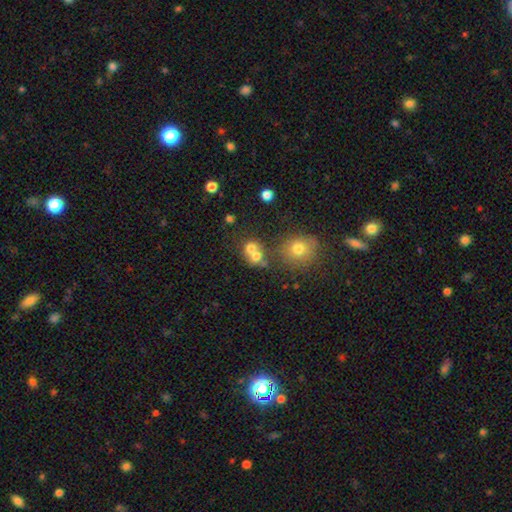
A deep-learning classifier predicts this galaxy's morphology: Overall: smooth (69%). How rounded: round (72%). Merging: merger (55%; none 33%).